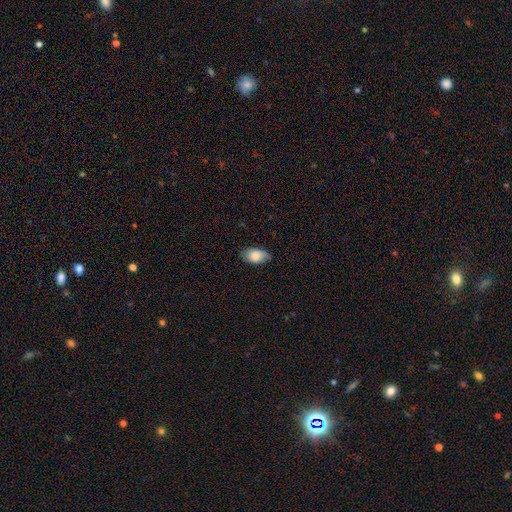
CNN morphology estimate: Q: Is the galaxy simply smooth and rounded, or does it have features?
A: smooth — 80%.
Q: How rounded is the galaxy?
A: in between — 91%.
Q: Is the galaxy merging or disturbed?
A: none — 71%.